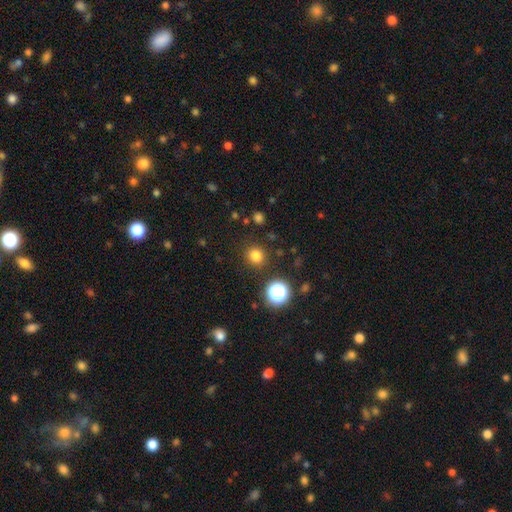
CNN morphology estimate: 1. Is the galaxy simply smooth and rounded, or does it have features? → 80% smooth, 16% star or artifact, 4% featured or disk.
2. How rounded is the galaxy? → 89% round, 10% in between, 1% cigar-shaped.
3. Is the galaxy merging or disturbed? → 88% none, 7% minor disturbance, 3% major disturbance, 2% merger.